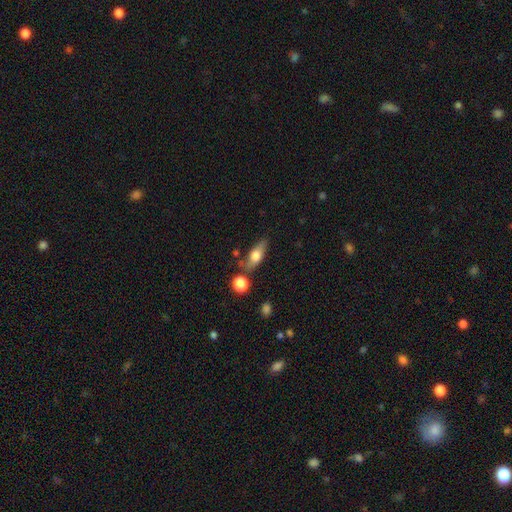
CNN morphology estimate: This appears to be a smooth galaxy with no disk features (63%) that is in between round and cigar-shaped (69%). Merging: none (67%).